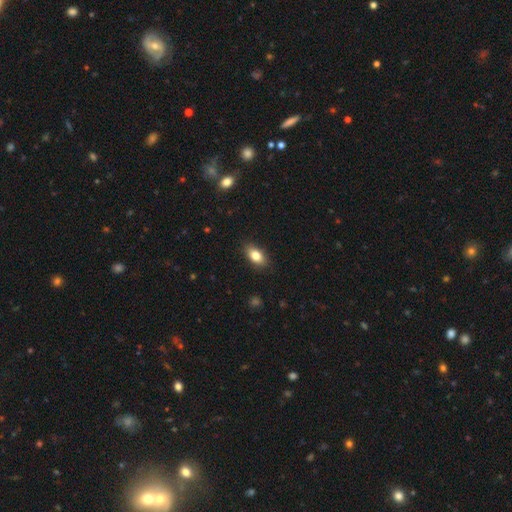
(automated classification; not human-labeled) Overall: smooth (82%). How rounded: in between (88%). Merging: none (87%).